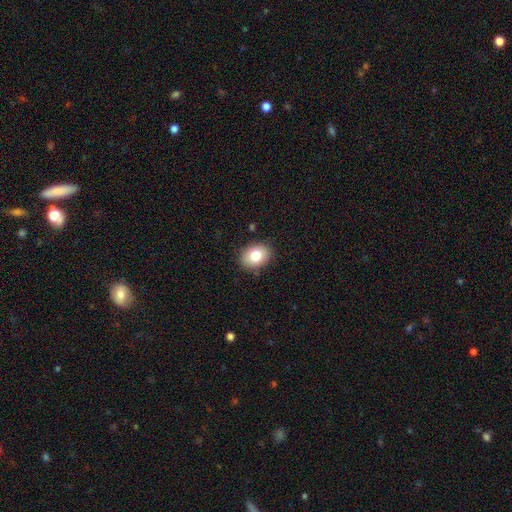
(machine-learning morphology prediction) This appears to be a smooth galaxy with no disk features (80%) that is in between round and cigar-shaped (64%). Merging: none (86%).